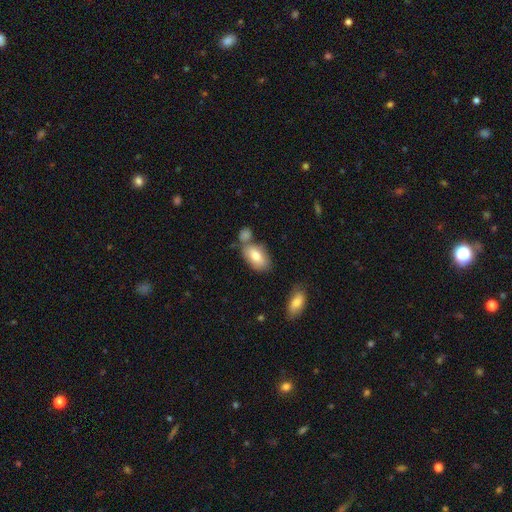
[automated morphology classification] Smooth or featured? smooth (76%)
How rounded? in between (92%)
Merging? none (54%)